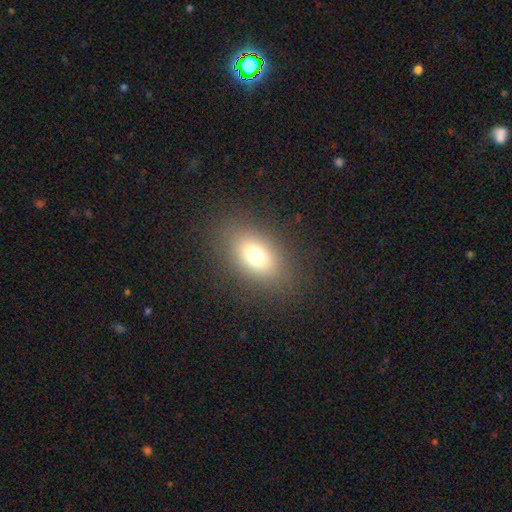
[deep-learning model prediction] smooth-or-featured: smooth: 72% | featured or disk: 14% | star or artifact: 14%
  how-rounded: in between: 79% | round: 19% | cigar-shaped: 2%
  merging: none: 84% | minor disturbance: 9% | major disturbance: 5% | merger: 1%